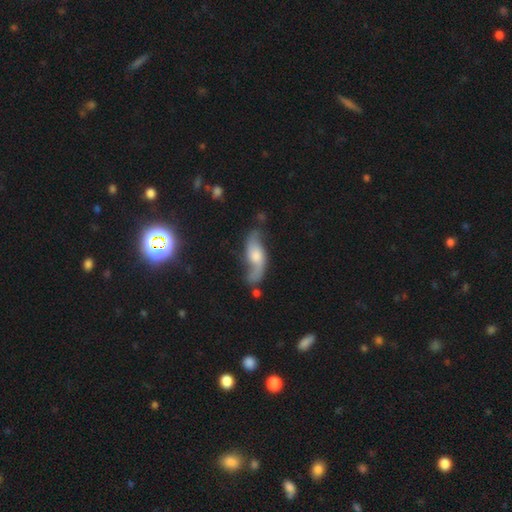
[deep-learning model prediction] A featured or disk galaxy (74%) with no bar (61%), 2 (87%) loose (76%) spiral arms (92%) and a moderate central bulge (46%). Merging: none (58%).